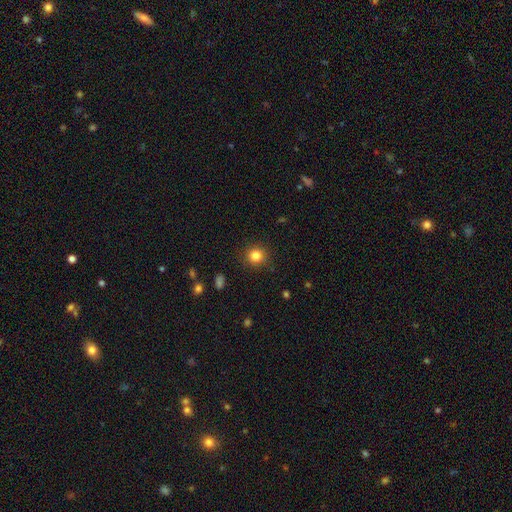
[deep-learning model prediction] Overall: smooth (83%). How rounded: round (91%). Merging: none (90%).